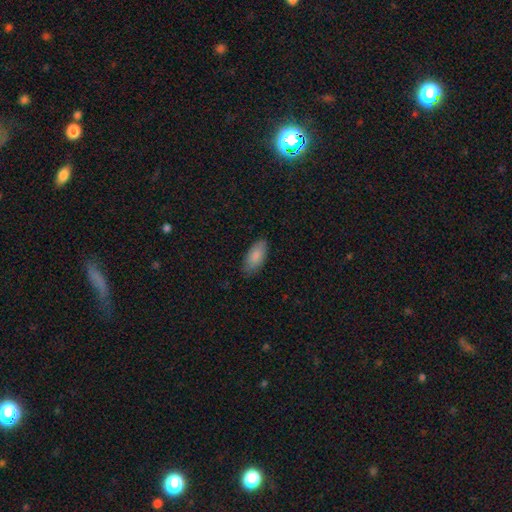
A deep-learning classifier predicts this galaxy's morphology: A smooth galaxy with no disk features (86%) that is in between round and cigar-shaped (89%). Merging: none (81%).